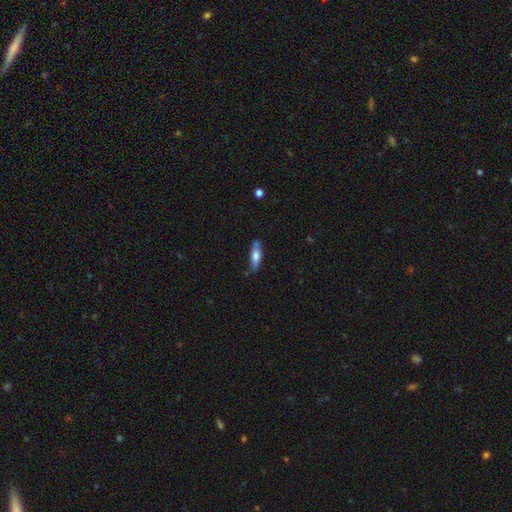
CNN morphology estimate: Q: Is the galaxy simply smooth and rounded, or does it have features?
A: smooth — 65%.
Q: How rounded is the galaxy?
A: in between — 51%.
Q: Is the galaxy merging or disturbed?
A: none — 74%.